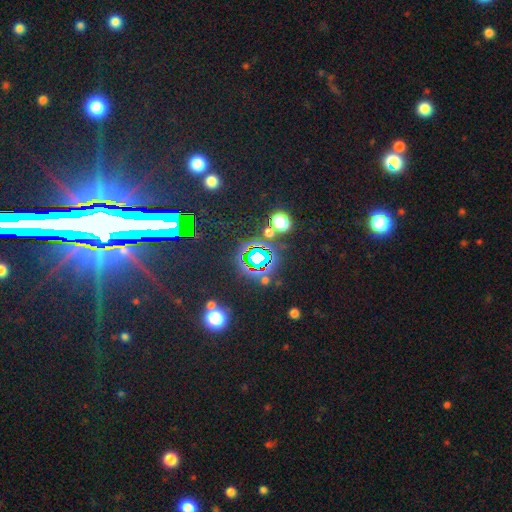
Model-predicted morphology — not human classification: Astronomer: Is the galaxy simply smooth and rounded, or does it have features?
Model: star or artifact — 80%.